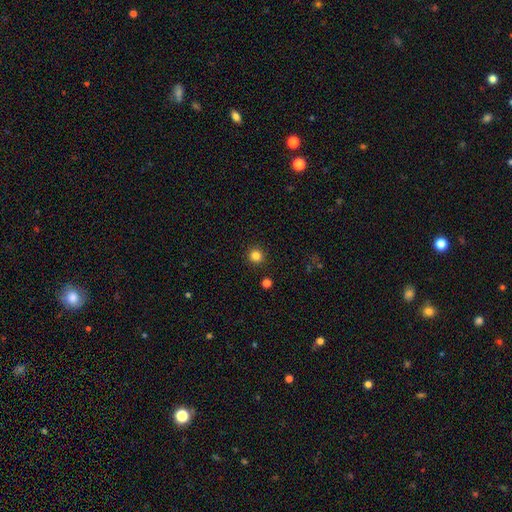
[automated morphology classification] A smooth galaxy with no disk features (83%) that is round (95%). Merging: none (92%).